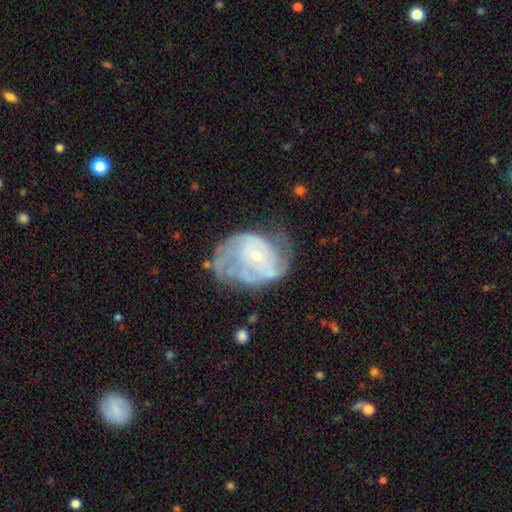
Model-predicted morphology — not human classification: The model was most divided on "merging": none: 38%, major disturbance: 31%, minor disturbance: 27%, merger: 3%. Remaining: edge-on disk — no (97%); bar — no (77%); spiral arms — yes (77%); smooth or featured — featured or disk (75%); bulge size — small (74%); spiral winding — tight (49%); spiral arm count — can't tell (43%).